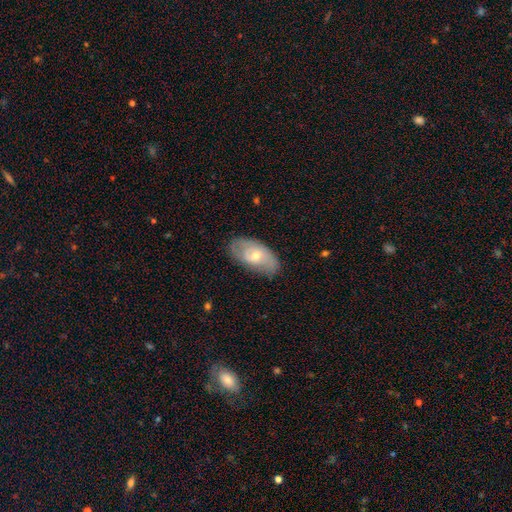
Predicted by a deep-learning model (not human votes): smooth-or-featured: featured or disk: 51% | smooth: 42% | star or artifact: 7%
  disk-edge-on: no: 88% | yes: 12%
  merging: none: 73% | minor disturbance: 21% | major disturbance: 5% | merger: 1%